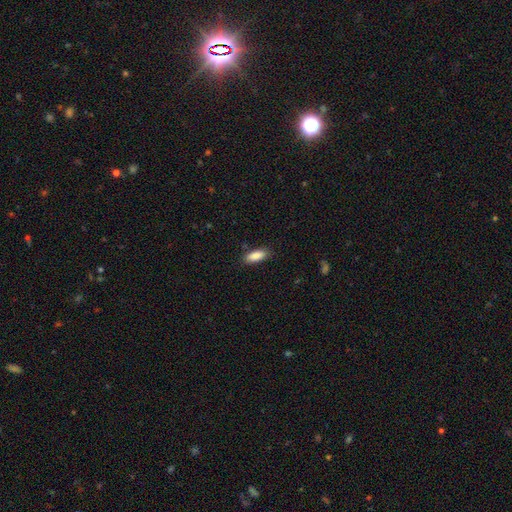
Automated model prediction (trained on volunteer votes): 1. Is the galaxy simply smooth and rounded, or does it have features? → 88% smooth, 6% star or artifact, 6% featured or disk.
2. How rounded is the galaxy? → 74% in between, 24% cigar-shaped, 2% round.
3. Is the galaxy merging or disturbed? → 85% none, 11% minor disturbance, 2% major disturbance, 1% merger.